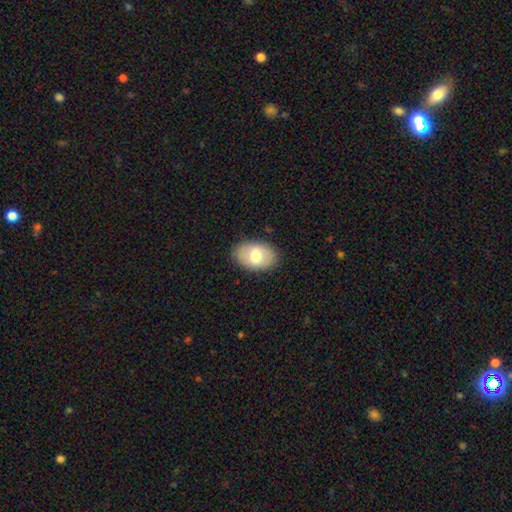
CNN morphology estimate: A smooth galaxy with no disk features (68%) that is in between round and cigar-shaped (88%). Merging: none (86%).